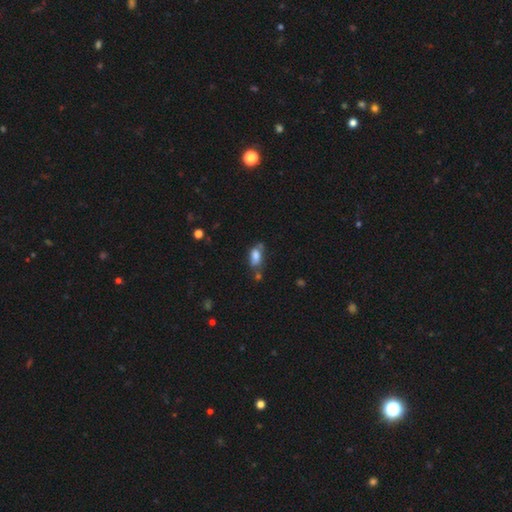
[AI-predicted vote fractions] A smooth galaxy with no disk features (75%) that is in between round and cigar-shaped (86%).

Vote fractions:
- Smooth or featured? smooth: 75% / featured or disk: 15% / star or artifact: 10%
- How rounded? in between: 86% / cigar-shaped: 8% / round: 6%
- Merging? none: 47% / minor disturbance: 26% / merger: 18% / major disturbance: 10%